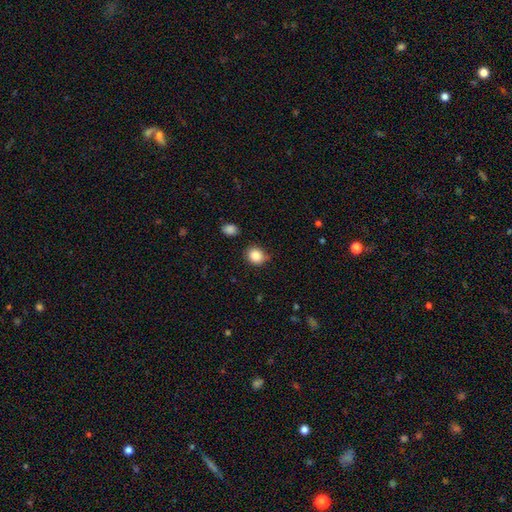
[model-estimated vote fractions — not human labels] This is clearly a smooth galaxy (86%). How rounded: likely round (74%). Merging: likely none (75%).